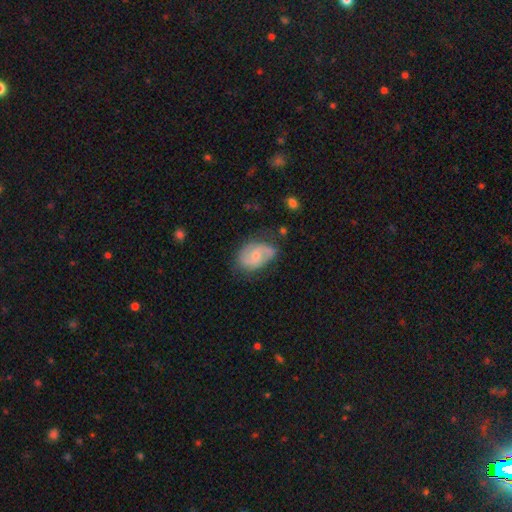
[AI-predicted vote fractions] Smooth or featured: featured or disk — 68% (smooth — 26%)
Edge-on disk: no — 97% (yes — 3%)
Bar: no — 59% (weak — 36%)
Spiral arms: yes — 90% (no — 10%)
Spiral winding: medium — 48% (tight — 28%)
Spiral arm count: 2 — 81% (can't tell — 11%)
Bulge size: moderate — 50% (small — 43%)
Merging: none — 63% (minor disturbance — 26%)